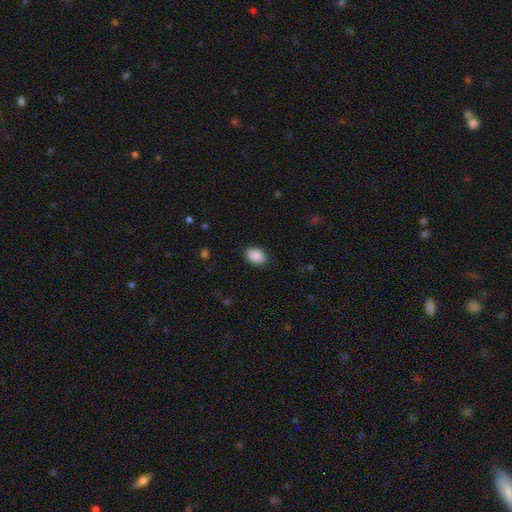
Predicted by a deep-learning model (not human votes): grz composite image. It shows a smooth galaxy with no disk features (90%) that is in between round and cigar-shaped (80%). Merging: none (87%).